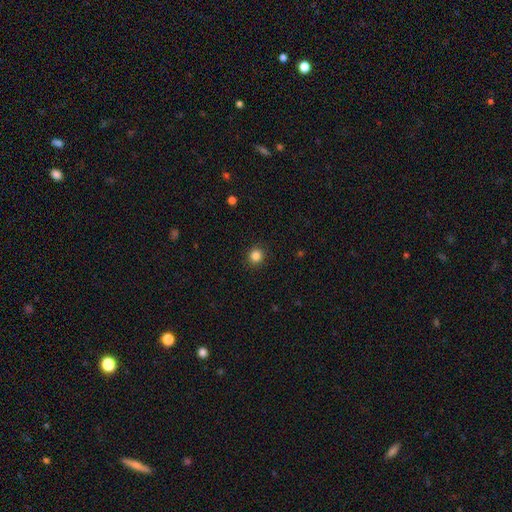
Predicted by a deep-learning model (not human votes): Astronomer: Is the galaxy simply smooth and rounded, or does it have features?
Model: smooth — 84%.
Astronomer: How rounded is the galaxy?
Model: round — 90%.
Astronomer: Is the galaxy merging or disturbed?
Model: none — 91%.